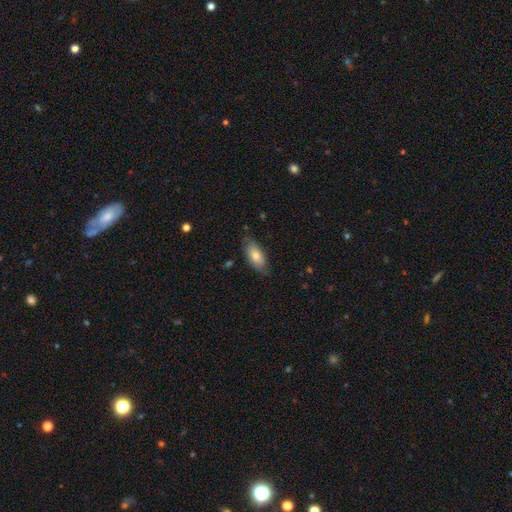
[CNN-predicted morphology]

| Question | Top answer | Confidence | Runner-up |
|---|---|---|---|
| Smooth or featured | smooth | 73% | featured or disk (21%) |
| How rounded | in between | 87% | cigar-shaped (10%) |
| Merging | none | 76% | minor disturbance (19%) |